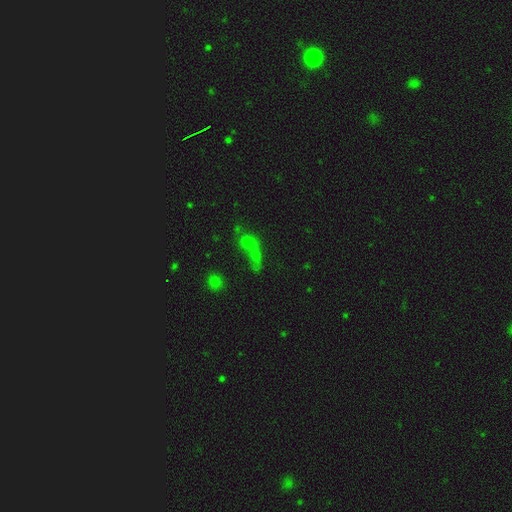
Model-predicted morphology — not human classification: Overall: smooth (59%; star or artifact 25%). How rounded: round (49%; in between 43%). Merging: merger (63%).